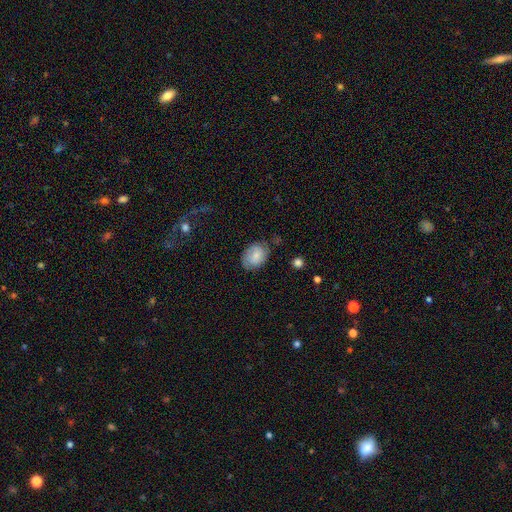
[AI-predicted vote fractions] Overall: smooth (75%). How rounded: in between (74%). Merging: none (70%).